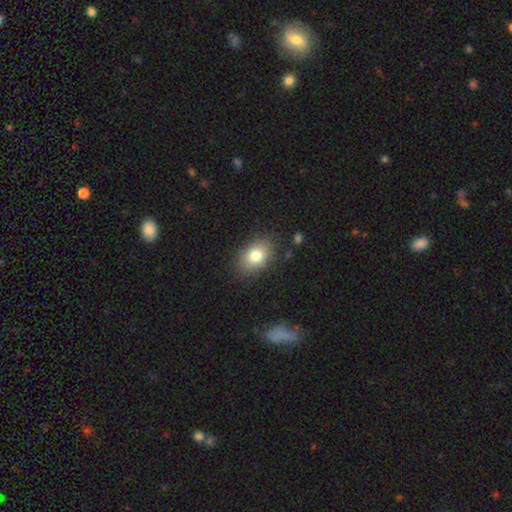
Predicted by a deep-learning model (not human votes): smooth-or-featured: smooth: 80% | featured or disk: 11% | star or artifact: 9%
  how-rounded: in between: 77% | round: 21% | cigar-shaped: 1%
  merging: none: 83% | minor disturbance: 12% | major disturbance: 3% | merger: 2%